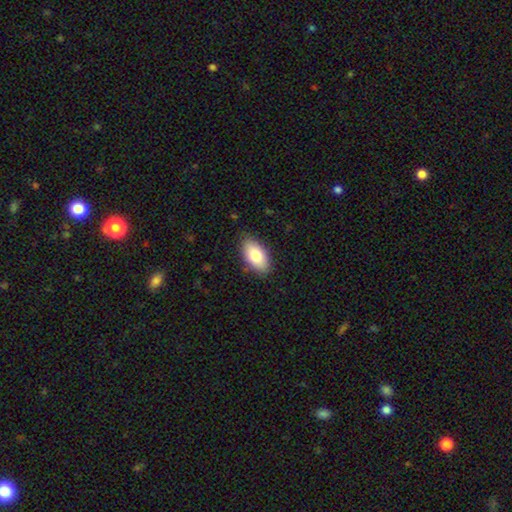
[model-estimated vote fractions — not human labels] Smooth or featured?
  - smooth: 80% *
  - featured or disk: 13%
  - star or artifact: 7%
How rounded?
  - in between: 93% *
  - round: 4%
  - cigar-shaped: 3%
Merging?
  - none: 84% *
  - minor disturbance: 12%
  - major disturbance: 2%
  - merger: 1%